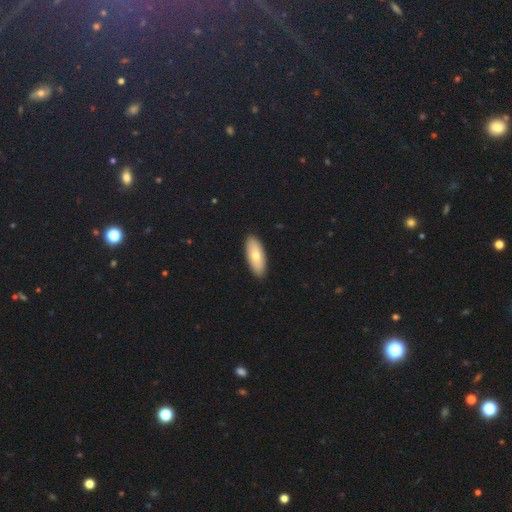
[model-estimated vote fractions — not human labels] smooth-or-featured: smooth: 71% | featured or disk: 23% | star or artifact: 5%
  how-rounded: in between: 80% | cigar-shaped: 18% | round: 3%
  merging: none: 91% | minor disturbance: 6% | major disturbance: 1% | merger: 1%